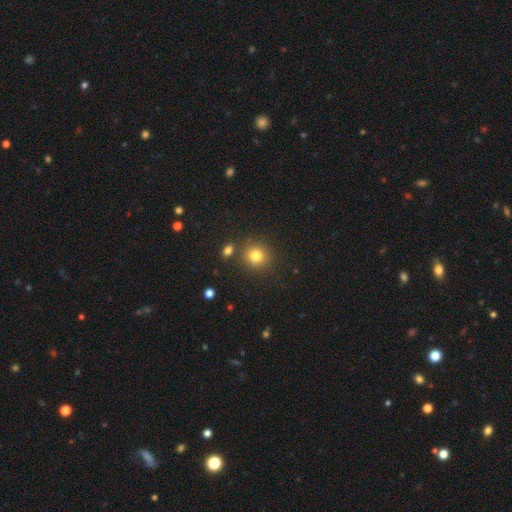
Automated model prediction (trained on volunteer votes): Smooth or featured: smooth — 80% (star or artifact — 13%)
How rounded: round — 88% (in between — 11%)
Merging: none — 81% (minor disturbance — 9%)